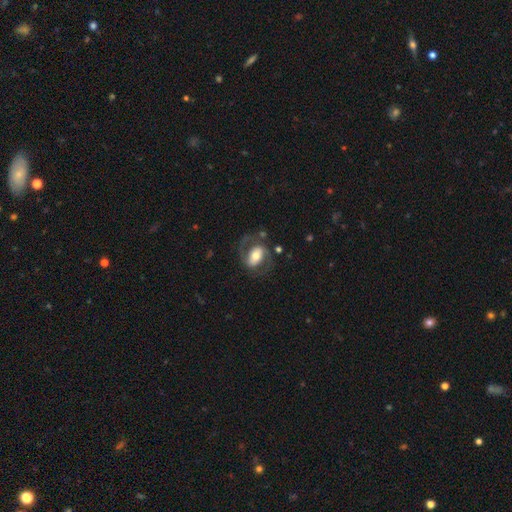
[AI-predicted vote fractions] smooth-or-featured: featured or disk: 69% | smooth: 25% | star or artifact: 6%
  disk-edge-on: no: 96% | yes: 4%
    bar: strong: 38% | weak: 33% | no: 29%
    has-spiral-arms: yes: 84% | no: 16%
      spiral-winding: medium: 53% | loose: 27% | tight: 20%
      spiral-arm-count: 2: 86% | 1: 6% | can't tell: 6% | 3: 1% | 4: 1% | more than 4: 1%
    bulge-size: moderate: 59% | large: 20% | small: 17% | dominant: 3% | none: 2%
  merging: none: 66% | minor disturbance: 16% | major disturbance: 16% | merger: 3%